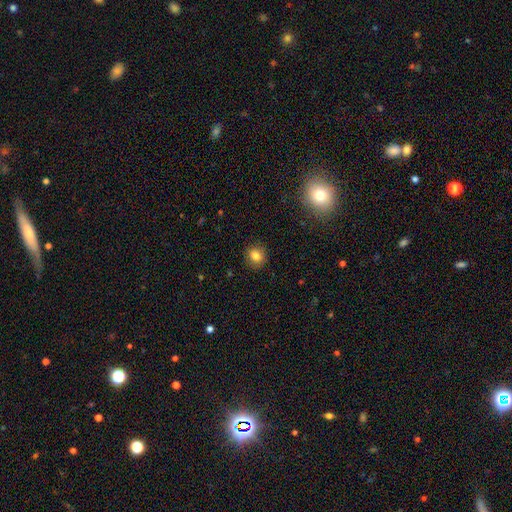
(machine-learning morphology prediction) The model was most divided on "how rounded": round: 78%, in between: 21%, cigar-shaped: 1%. More confident: merging — none (89%); smooth or featured — smooth (81%).